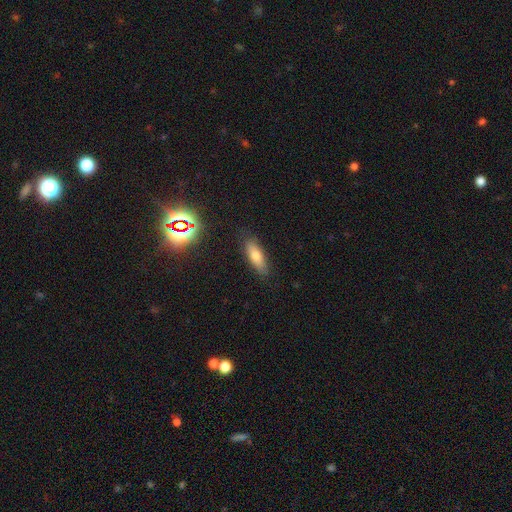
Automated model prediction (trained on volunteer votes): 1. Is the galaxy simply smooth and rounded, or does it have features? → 69% smooth, 19% featured or disk, 12% star or artifact.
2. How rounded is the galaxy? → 58% in between, 39% cigar-shaped, 3% round.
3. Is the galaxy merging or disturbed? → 83% none, 13% minor disturbance, 3% major disturbance, 2% merger.